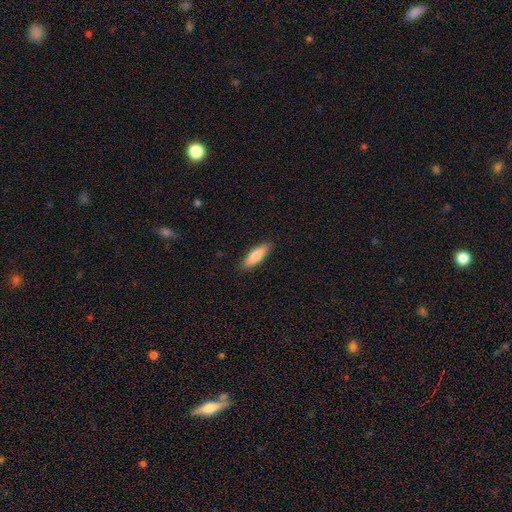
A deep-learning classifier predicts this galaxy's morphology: This is clearly a smooth galaxy (83%). How rounded: possibly in between (51%). Merging: clearly none (88%).